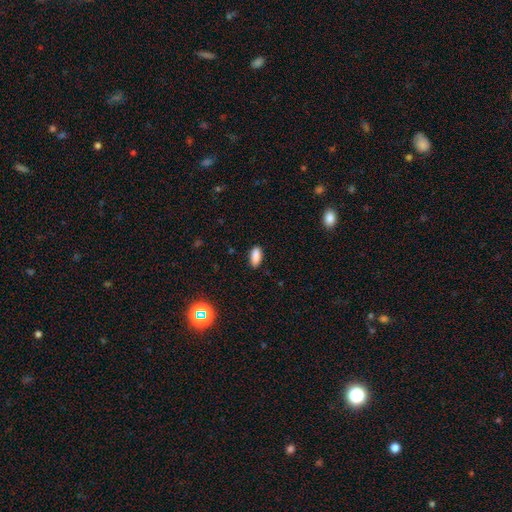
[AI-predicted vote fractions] The model was most divided on "how rounded": in between: 83%, cigar-shaped: 14%, round: 3%. More confident: smooth or featured — smooth (87%); merging — none (86%).